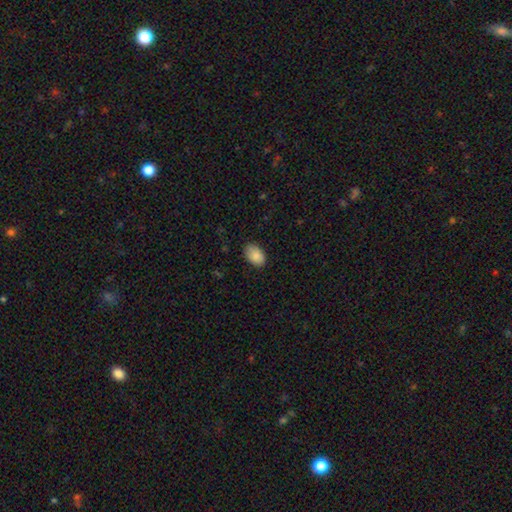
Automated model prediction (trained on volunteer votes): A smooth galaxy with no disk features (89%) that is in between round and cigar-shaped (87%).

Vote fractions:
- Smooth or featured? smooth: 89% / star or artifact: 7% / featured or disk: 4%
- How rounded? in between: 87% / round: 12% / cigar-shaped: 1%
- Merging? none: 81% / minor disturbance: 15% / major disturbance: 3% / merger: 1%